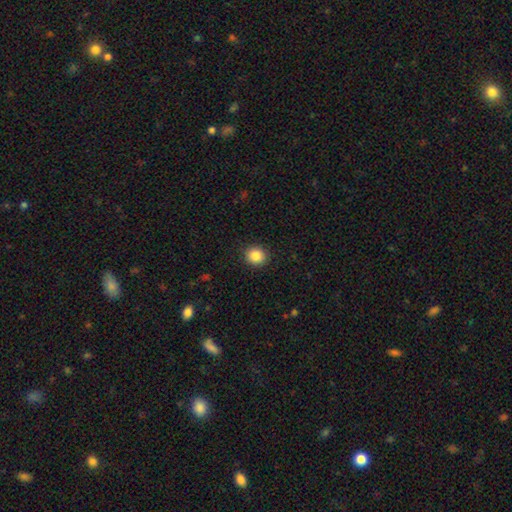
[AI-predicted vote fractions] Smooth or featured? smooth (86%)
How rounded? round (85%)
Merging? none (90%)